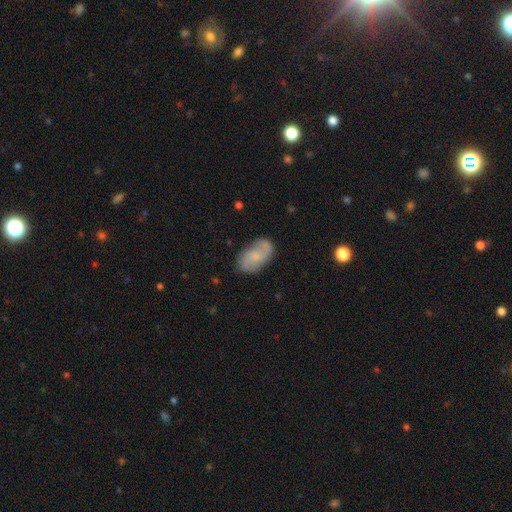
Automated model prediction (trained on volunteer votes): Overall: featured or disk (56%; smooth 38%). Edge-on disk: no (96%). Bar: no (59%; weak 35%). Spiral arms: yes (89%). Bulge size: small (55%; moderate 25%). Merging: none (75%).